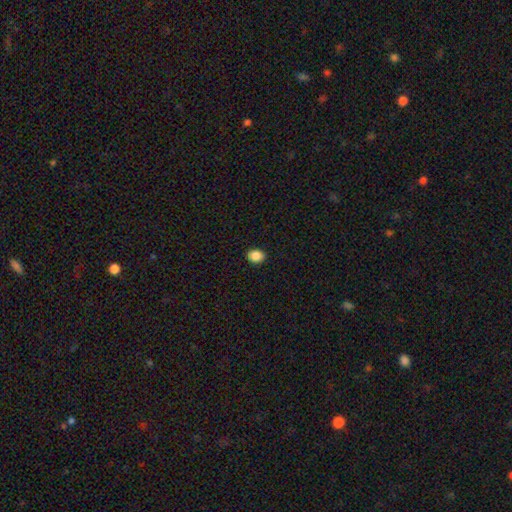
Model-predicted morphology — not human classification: smooth_or_featured: smooth (p=0.88) [alt: star or artifact p=0.09]
how_rounded: in between (p=0.53) [alt: round p=0.46]
merging: none (p=0.90) [alt: minor disturbance p=0.07]